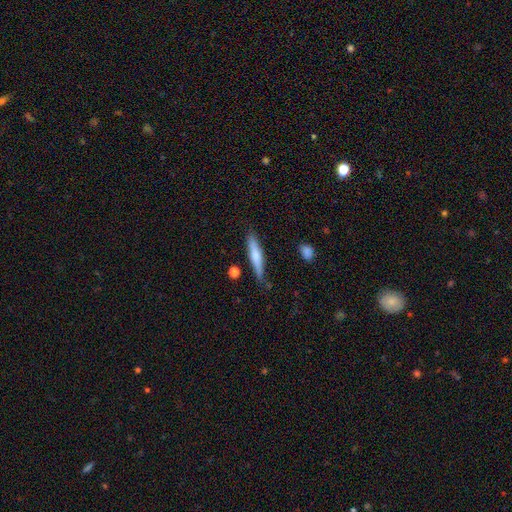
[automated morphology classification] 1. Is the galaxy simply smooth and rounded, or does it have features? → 66% smooth, 29% featured or disk, 6% star or artifact.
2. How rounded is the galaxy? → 87% cigar-shaped, 11% in between, 2% round.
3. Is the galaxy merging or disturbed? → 78% none, 16% minor disturbance, 3% major disturbance, 3% merger.